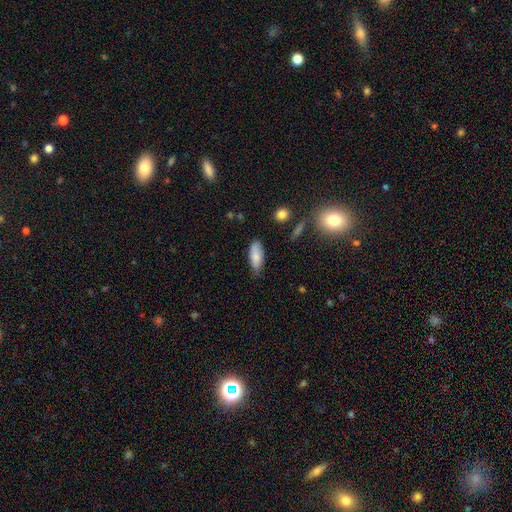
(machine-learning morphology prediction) Smooth or featured? Predicted: smooth (p=0.81). How rounded? Predicted: in between (p=0.83). Merging? Predicted: none (p=0.67).